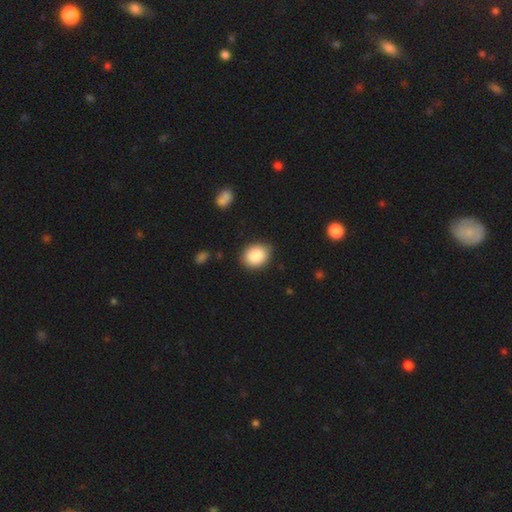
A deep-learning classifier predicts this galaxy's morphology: A smooth galaxy with no disk features (88%) that is round (52%).

Vote fractions:
- Smooth or featured? smooth: 88% / star or artifact: 7% / featured or disk: 5%
- How rounded? round: 52% / in between: 47% / cigar-shaped: 1%
- Merging? none: 83% / minor disturbance: 13% / major disturbance: 3% / merger: 2%